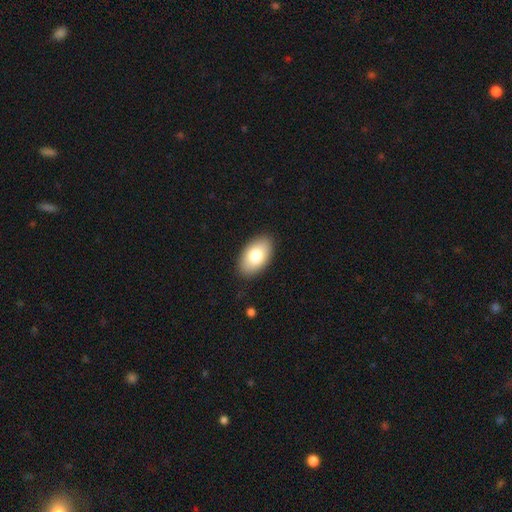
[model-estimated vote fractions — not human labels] A smooth galaxy with no disk features (80%) that is in between round and cigar-shaped (94%). Merging: none (89%).